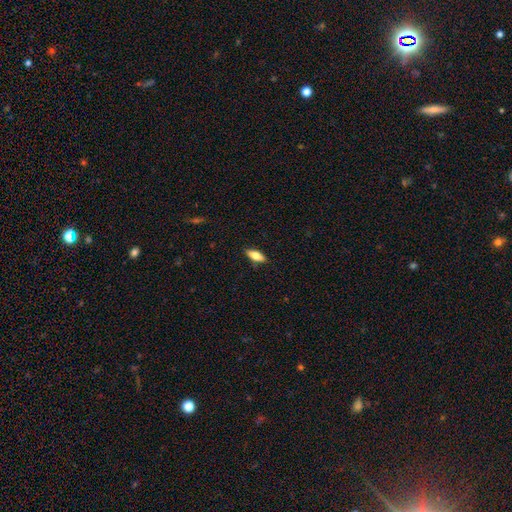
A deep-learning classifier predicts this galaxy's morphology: This is likely a smooth galaxy (73%). How rounded: likely in between (76%). Merging: clearly none (87%).